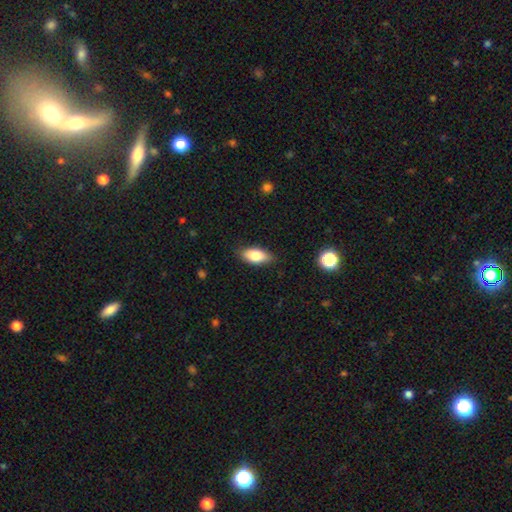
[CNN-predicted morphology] This is clearly a smooth galaxy (80%). How rounded: clearly in between (86%). Merging: clearly none (85%).